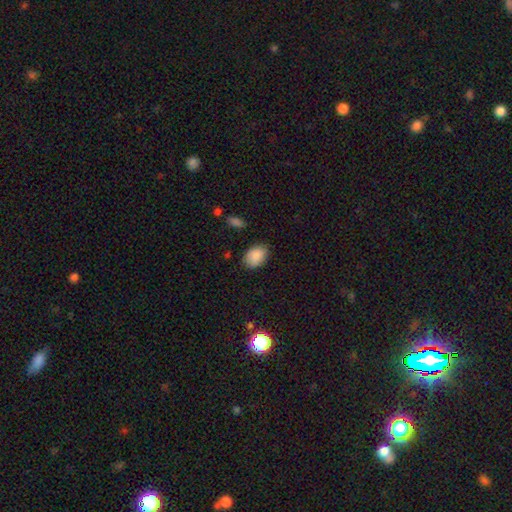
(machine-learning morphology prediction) A smooth galaxy with no disk features (88%) that is in between round and cigar-shaped (84%). Merging: none (80%).